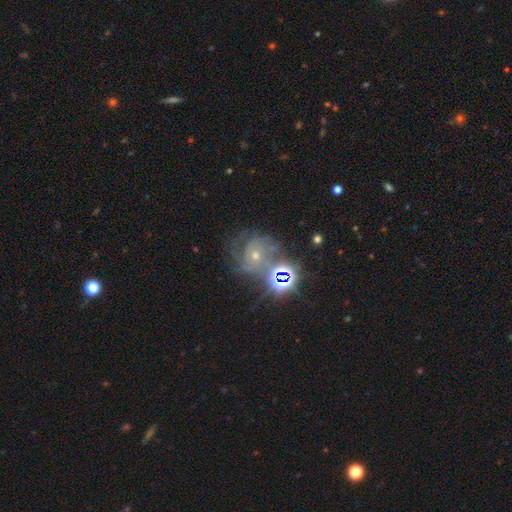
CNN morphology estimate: Q: Smooth or featured?
A: featured or disk (59%); runner-up: star or artifact (29%)
Q: Edge-on disk?
A: no (97%); runner-up: yes (3%)
Q: Bar?
A: no (77%); runner-up: weak (18%)
Q: Spiral arms?
A: yes (89%); runner-up: no (11%)
Q: Spiral winding?
A: tight (53%); runner-up: medium (37%)
Q: Spiral arm count?
A: can't tell (31%); runner-up: 3 (29%)
Q: Bulge size?
A: moderate (49%); runner-up: small (43%)
Q: Merging?
A: none (54%); runner-up: minor disturbance (18%)